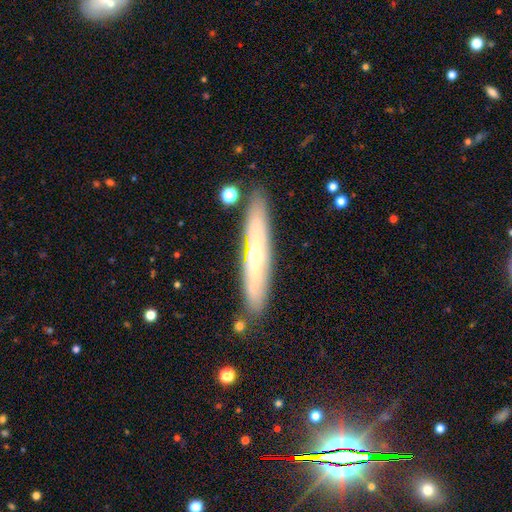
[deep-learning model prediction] smooth_or_featured: featured or disk (p=0.57) [alt: smooth p=0.36]
disk_edge_on: yes (p=0.76) [alt: no p=0.24]
merging: none (p=0.85) [alt: minor disturbance p=0.10]